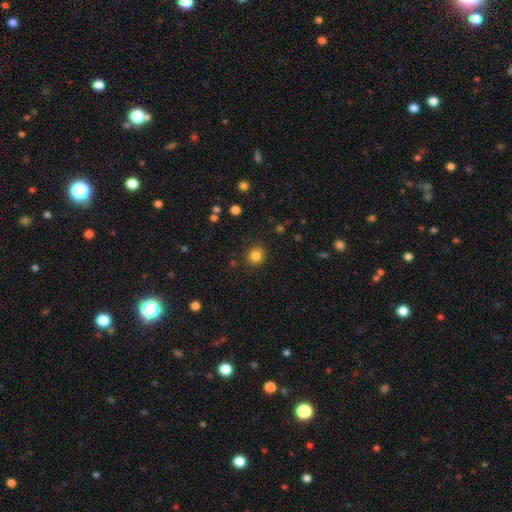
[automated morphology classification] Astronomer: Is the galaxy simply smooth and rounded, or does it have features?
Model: smooth — 83%.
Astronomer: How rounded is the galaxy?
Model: round — 86%.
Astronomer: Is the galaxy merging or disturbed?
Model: none — 89%.